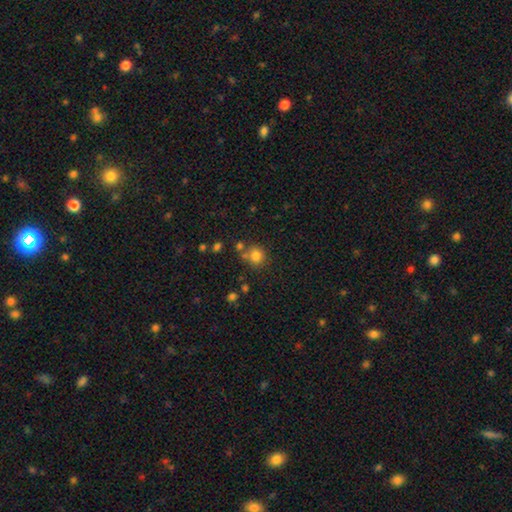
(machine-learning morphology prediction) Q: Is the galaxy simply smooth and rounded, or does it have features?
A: smooth — 79%.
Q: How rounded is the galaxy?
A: round — 85%.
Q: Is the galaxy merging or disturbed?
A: none — 67%.